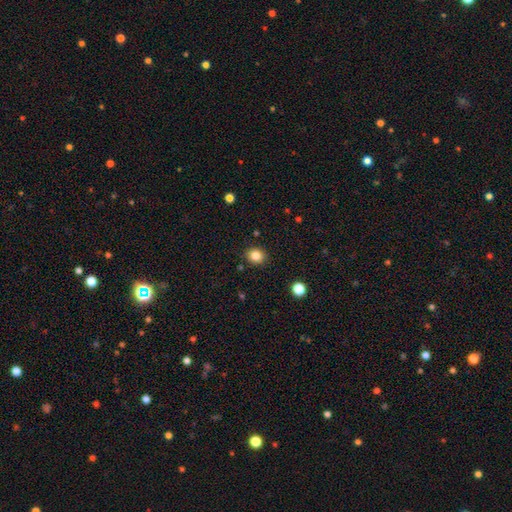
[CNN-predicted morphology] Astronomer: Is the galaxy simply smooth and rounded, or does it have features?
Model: smooth — 84%.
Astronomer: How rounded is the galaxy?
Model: round — 73%.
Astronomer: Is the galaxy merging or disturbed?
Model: none — 89%.